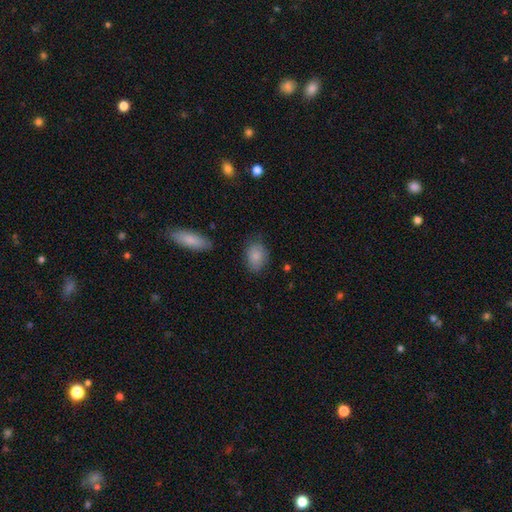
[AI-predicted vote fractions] A smooth galaxy with no disk features (86%) that is in between round and cigar-shaped (75%). Merging: none (74%).